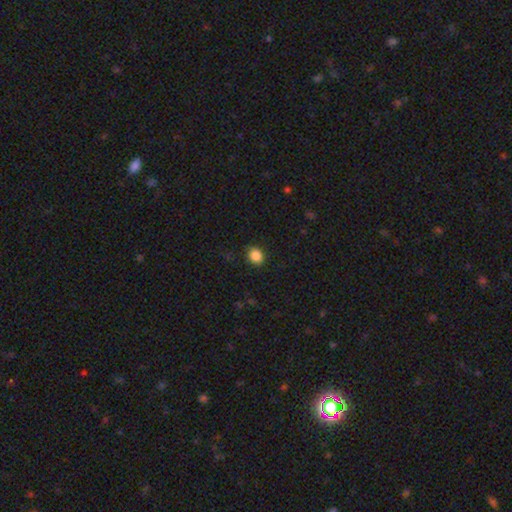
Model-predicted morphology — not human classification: Smooth or featured: smooth — 87% (star or artifact — 10%)
How rounded: round — 67% (in between — 32%)
Merging: none — 88% (minor disturbance — 9%)